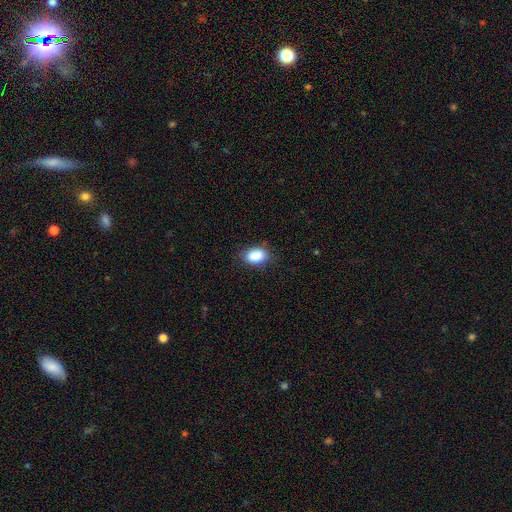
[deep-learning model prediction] A smooth galaxy with no disk features (88%) that is in between round and cigar-shaped (88%). Merging: none (82%).